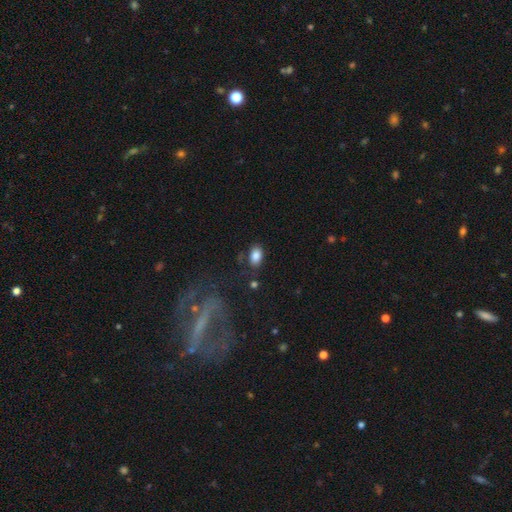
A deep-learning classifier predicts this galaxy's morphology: This appears to be a smooth galaxy with no disk features (85%) that is in between round and cigar-shaped (88%). Merging: none (76%).